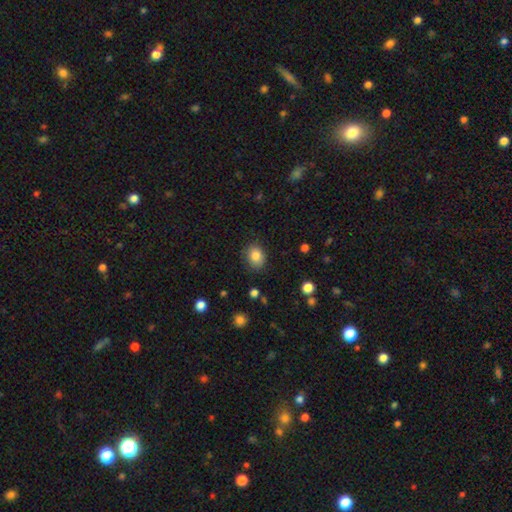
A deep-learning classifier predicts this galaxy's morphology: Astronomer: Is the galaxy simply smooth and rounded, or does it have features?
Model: smooth — 84%.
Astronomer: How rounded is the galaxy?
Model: round — 50% (runner-up: in between, 49%).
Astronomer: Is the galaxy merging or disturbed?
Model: none — 82%.